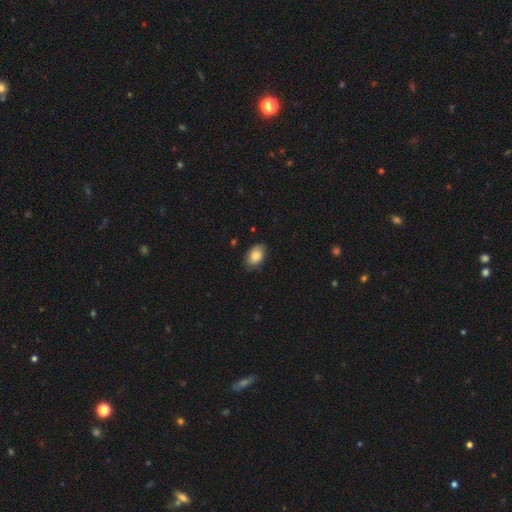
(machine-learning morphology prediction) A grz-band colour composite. It shows a smooth galaxy with no disk features (83%) that is in between round and cigar-shaped (87%). Merging: none (78%).